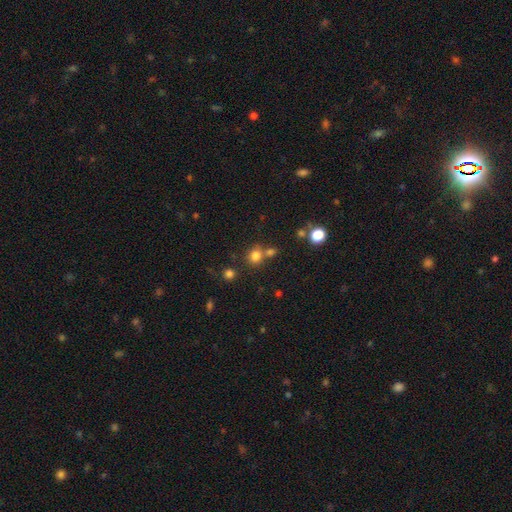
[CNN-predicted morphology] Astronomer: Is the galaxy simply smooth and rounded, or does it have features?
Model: smooth — 77%.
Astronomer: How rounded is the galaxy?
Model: round — 82%.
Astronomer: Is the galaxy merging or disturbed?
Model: none — 64%.